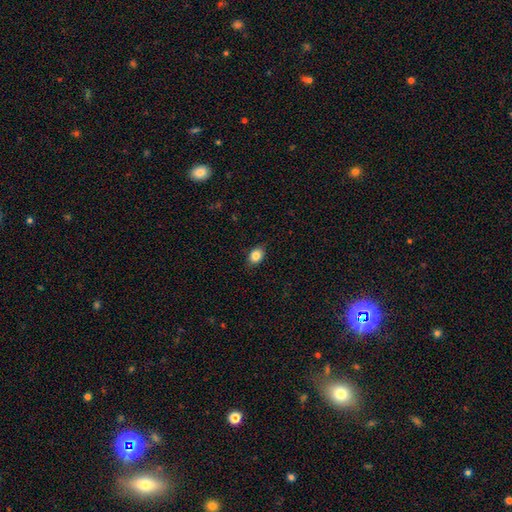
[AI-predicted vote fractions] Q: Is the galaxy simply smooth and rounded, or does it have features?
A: smooth — 84%.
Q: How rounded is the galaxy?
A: in between — 69%.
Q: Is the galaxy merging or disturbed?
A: none — 83%.